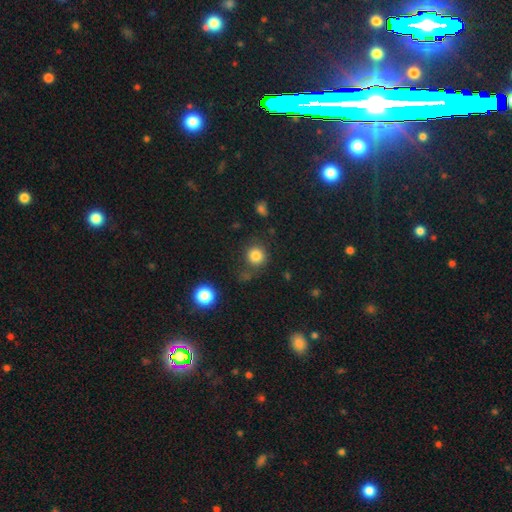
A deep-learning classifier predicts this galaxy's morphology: This is clearly a smooth galaxy (83%). How rounded: clearly round (92%). Merging: likely none (77%).